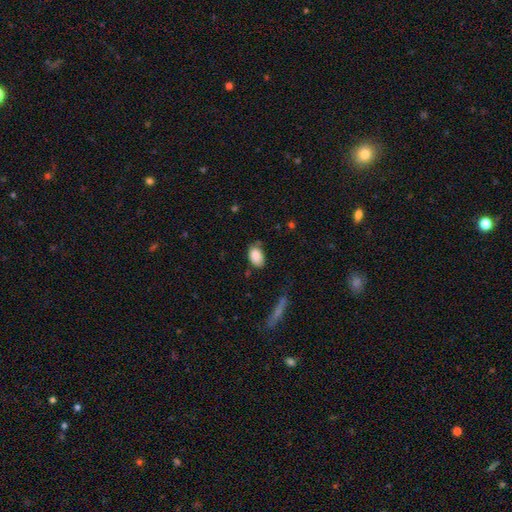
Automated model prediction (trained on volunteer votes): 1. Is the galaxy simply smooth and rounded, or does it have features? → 87% smooth, 7% star or artifact, 6% featured or disk.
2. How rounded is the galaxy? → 90% in between, 9% round, 2% cigar-shaped.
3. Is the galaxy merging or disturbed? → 66% none, 25% minor disturbance, 6% major disturbance, 3% merger.